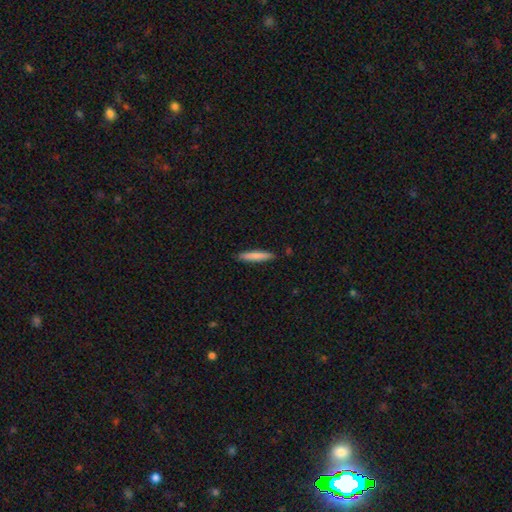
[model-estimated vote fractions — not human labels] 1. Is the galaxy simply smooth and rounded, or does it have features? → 79% smooth, 15% featured or disk, 6% star or artifact.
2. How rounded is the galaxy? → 91% cigar-shaped, 7% in between, 1% round.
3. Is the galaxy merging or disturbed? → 88% none, 9% minor disturbance, 2% major disturbance, 1% merger.